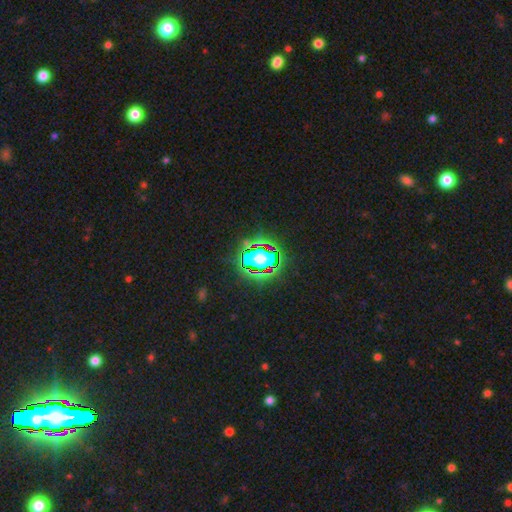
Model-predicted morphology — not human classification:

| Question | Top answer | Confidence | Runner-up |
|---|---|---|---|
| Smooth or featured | star or artifact | 77% | smooth (15%) |